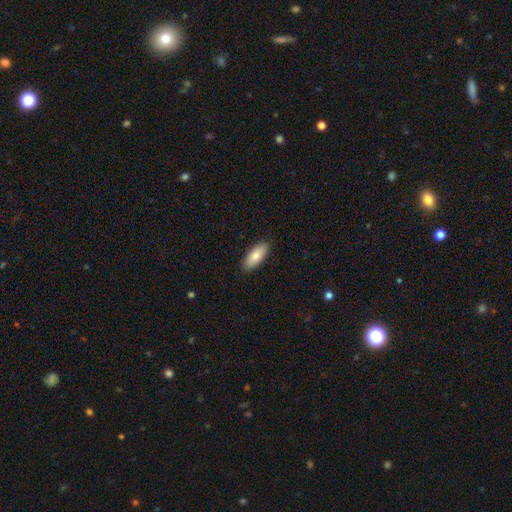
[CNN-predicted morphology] Q: Smooth or featured?
A: smooth (81%); runner-up: featured or disk (13%)
Q: How rounded?
A: in between (80%); runner-up: cigar-shaped (18%)
Q: Merging?
A: none (90%); runner-up: minor disturbance (8%)